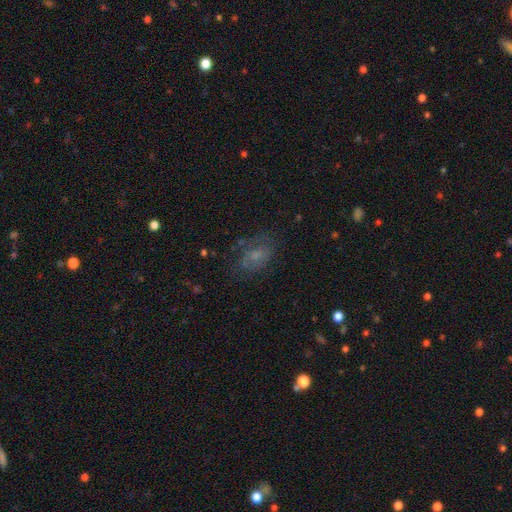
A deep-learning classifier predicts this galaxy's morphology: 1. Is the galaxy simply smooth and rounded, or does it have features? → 45% smooth, 38% featured or disk, 17% star or artifact.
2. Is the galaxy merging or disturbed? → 60% none, 21% minor disturbance, 16% major disturbance, 2% merger.